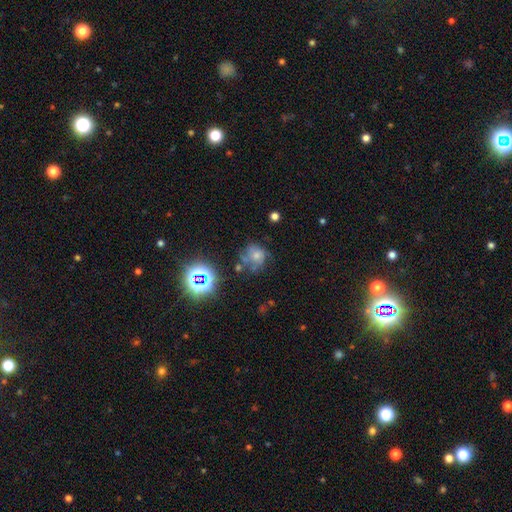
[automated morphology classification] Q: Smooth or featured?
A: smooth (44%); runner-up: featured or disk (33%)
Q: Merging?
A: none (49%); runner-up: minor disturbance (22%)